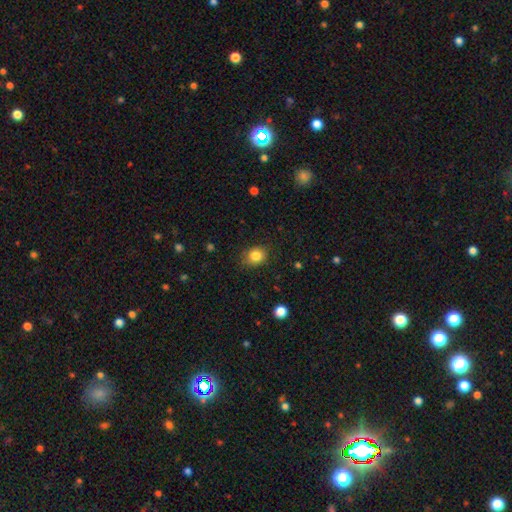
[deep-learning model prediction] smooth-or-featured: smooth: 84% | star or artifact: 10% | featured or disk: 6%
  how-rounded: round: 63% | in between: 36% | cigar-shaped: 1%
  merging: none: 81% | minor disturbance: 14% | major disturbance: 3% | merger: 1%